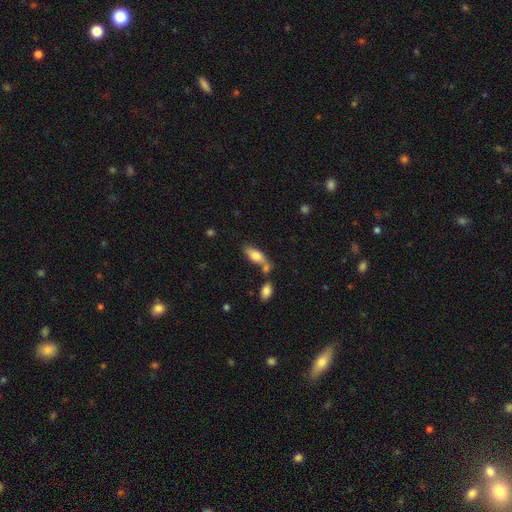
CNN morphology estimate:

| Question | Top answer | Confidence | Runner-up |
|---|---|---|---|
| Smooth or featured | smooth | 75% | featured or disk (18%) |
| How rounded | in between | 76% | cigar-shaped (21%) |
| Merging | none | 50% | merger (31%) |